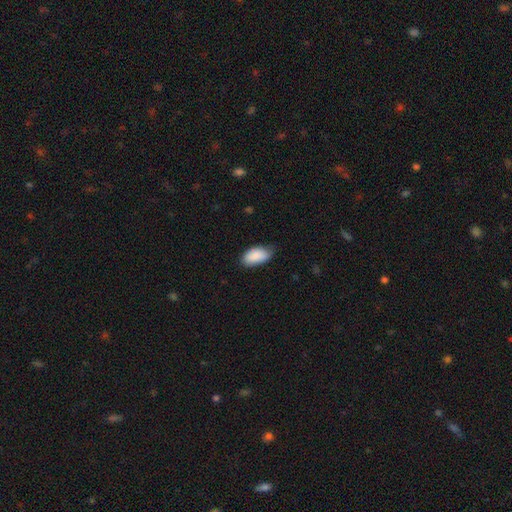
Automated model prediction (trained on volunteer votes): A smooth galaxy with no disk features (89%) that is in between round and cigar-shaped (94%). Merging: none (67%).